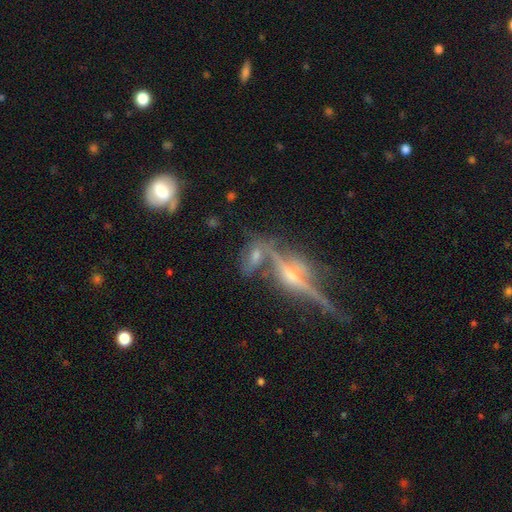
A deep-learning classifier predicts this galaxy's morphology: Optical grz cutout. It shows a featured or disk galaxy (61%) viewed edge-on (82%) with a rounded central bulge (85%). Merging: none (57%).